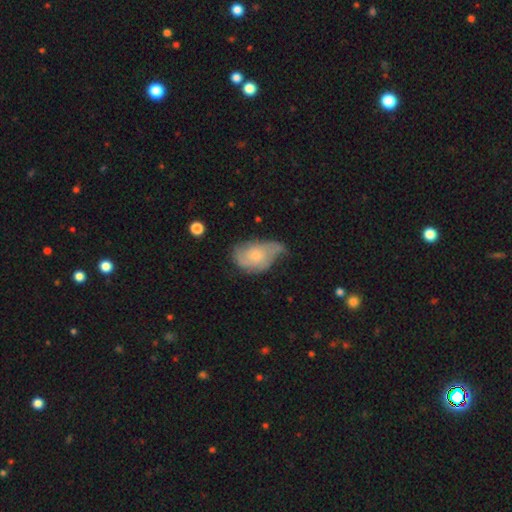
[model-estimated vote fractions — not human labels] This is possibly a featured or disk galaxy (54%). It is clearly not viewed edge-on (96%). Bar: likely no (79%). Spiral arm pattern: likely yes (78%). Central bulge: possibly small (57%). Merging: marginally minor disturbance (41%).